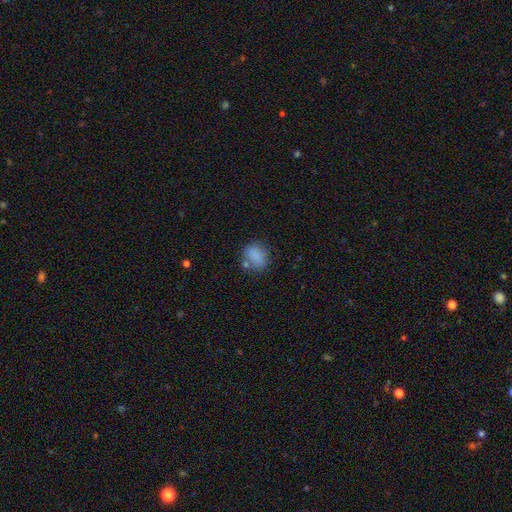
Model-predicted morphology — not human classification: A smooth galaxy with no disk features (81%) that is round (50%). Merging: none (67%).